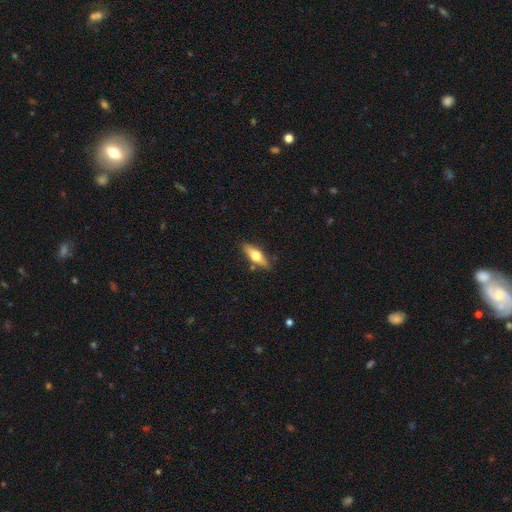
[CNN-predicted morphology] smooth 49%, featured or disk 45%, star or artifact 6%. Down the decision tree: merging — none (84%).